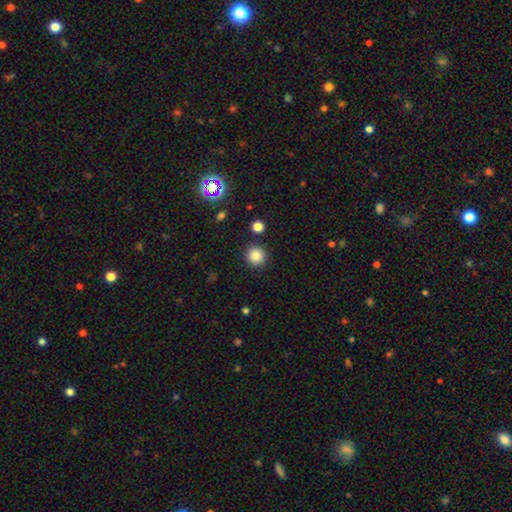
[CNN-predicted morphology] smooth-or-featured: smooth: 85% | star or artifact: 12% | featured or disk: 4%
  how-rounded: round: 94% | in between: 6% | cigar-shaped: 1%
  merging: none: 89% | minor disturbance: 6% | major disturbance: 2% | merger: 2%